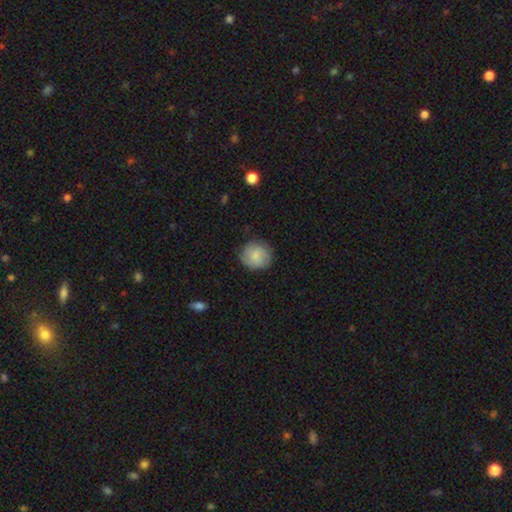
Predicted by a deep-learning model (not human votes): smooth_or_featured: smooth (p=0.80) [alt: featured or disk p=0.13]
how_rounded: round (p=0.89) [alt: in between p=0.10]
merging: none (p=0.84) [alt: minor disturbance p=0.12]